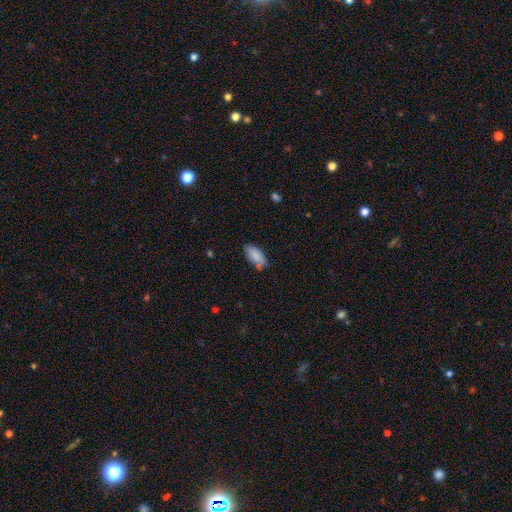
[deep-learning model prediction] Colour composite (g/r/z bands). It shows a smooth galaxy with no disk features (86%) that is in between round and cigar-shaped (90%). Merging: none (66%).